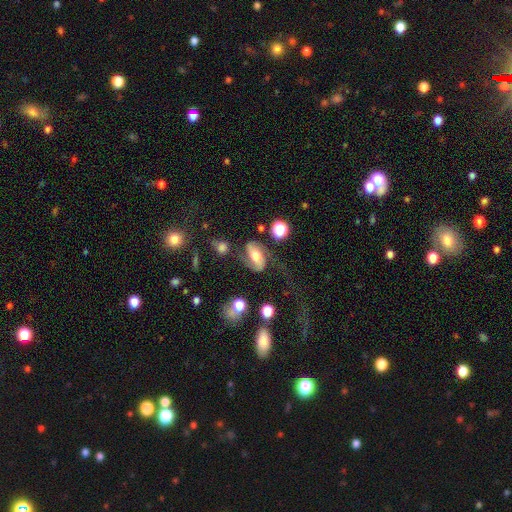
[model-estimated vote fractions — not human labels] The model was most divided on "bar" (2-way tie): weak: 36%, no: 36%, strong: 28%. Remaining: edge-on disk — no (95%); spiral arms — yes (91%); spiral arm count — 2 (89%); smooth or featured — featured or disk (72%); bulge size — moderate (64%); merging — none (52%); spiral winding — loose (47%).